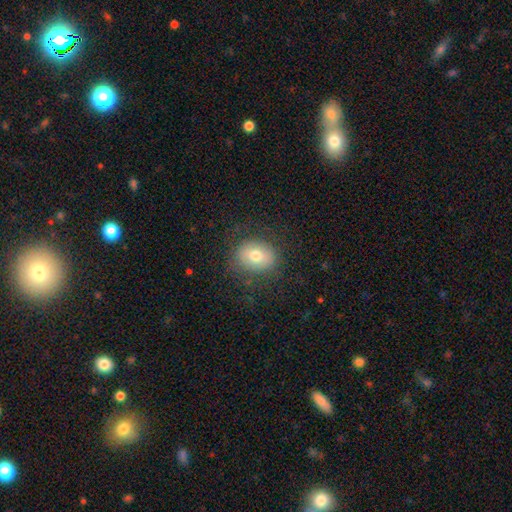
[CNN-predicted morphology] A smooth galaxy with no disk features (71%) that is round (56%).

Vote fractions:
- Smooth or featured? smooth: 71% / featured or disk: 19% / star or artifact: 10%
- How rounded? round: 56% / in between: 43% / cigar-shaped: 1%
- Merging? none: 81% / minor disturbance: 12% / major disturbance: 6% / merger: 1%